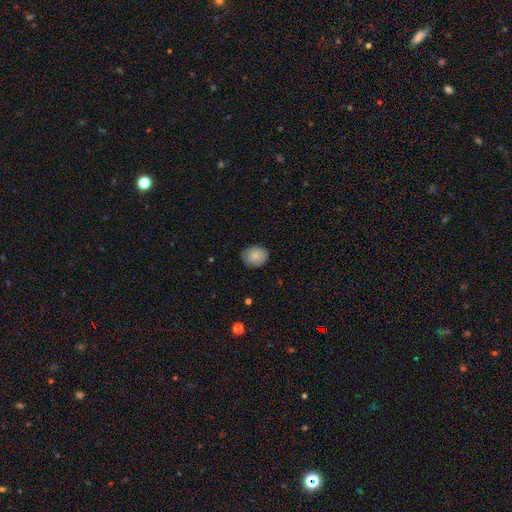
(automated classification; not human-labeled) A smooth galaxy with no disk features (84%) that is round (54%).

Vote fractions:
- Smooth or featured? smooth: 84% / featured or disk: 9% / star or artifact: 7%
- How rounded? round: 54% / in between: 45% / cigar-shaped: 1%
- Merging? none: 82% / minor disturbance: 15% / major disturbance: 3% / merger: 1%